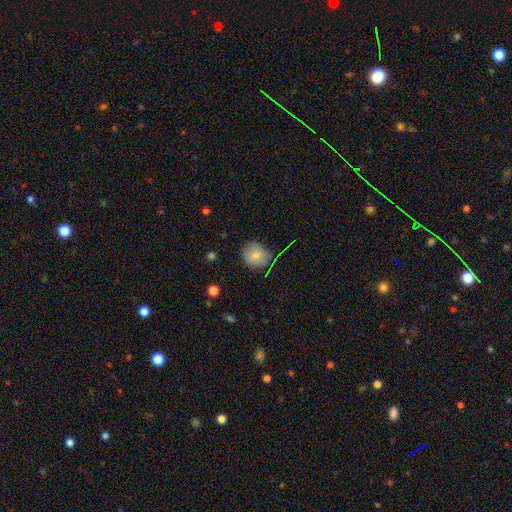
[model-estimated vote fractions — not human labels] smooth-or-featured: smooth: 77% | featured or disk: 12% | star or artifact: 11%
  how-rounded: round: 78% | in between: 21% | cigar-shaped: 1%
  merging: none: 69% | minor disturbance: 24% | major disturbance: 5% | merger: 2%